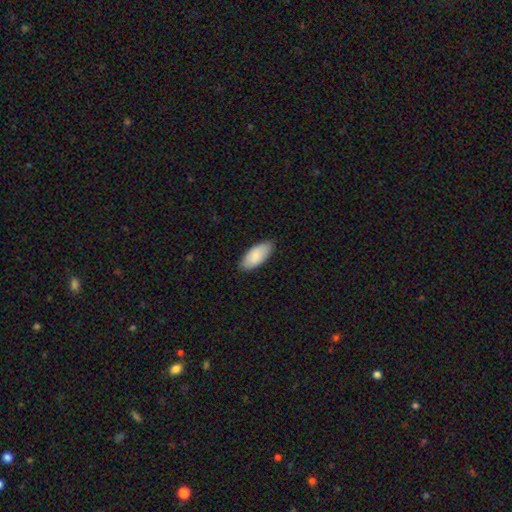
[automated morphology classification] smooth 87%, featured or disk 8%, star or artifact 5%. Down the decision tree: how rounded — in between (89%); merging — none (85%).